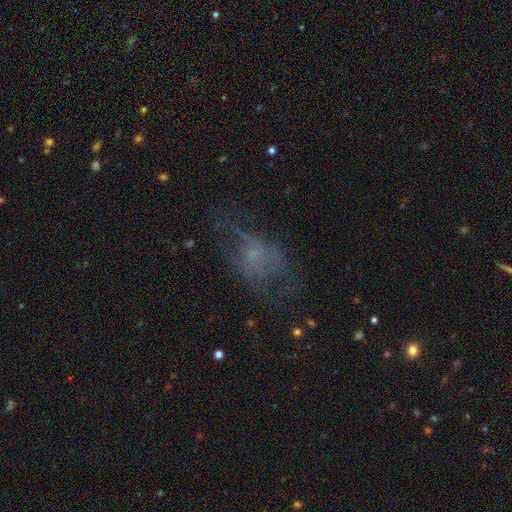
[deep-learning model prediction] A featured or disk galaxy (44%). Merging: major disturbance (38%, tied with none).